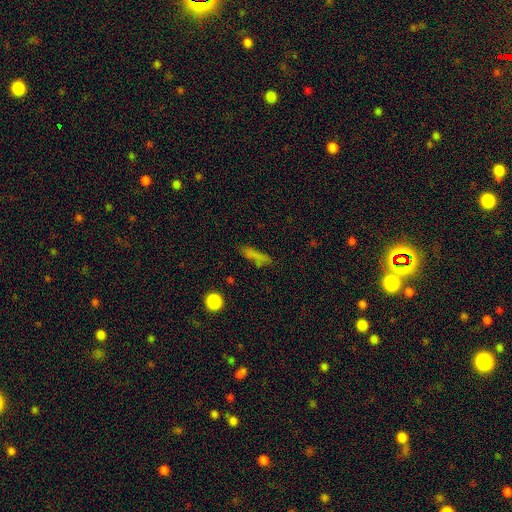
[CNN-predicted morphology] Smooth or featured: smooth — 71% (star or artifact — 17%)
How rounded: cigar-shaped — 69% (in between — 26%)
Merging: none — 72% (minor disturbance — 16%)